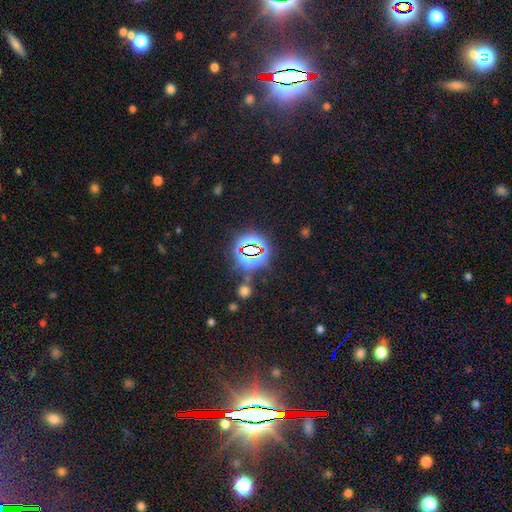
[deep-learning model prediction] smooth_or_featured: star or artifact (p=0.82) [alt: smooth p=0.11]